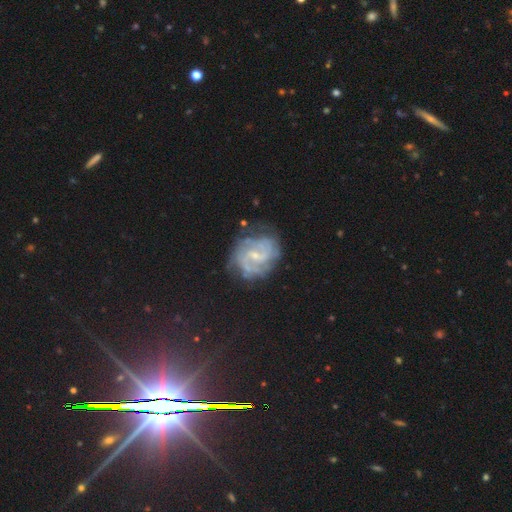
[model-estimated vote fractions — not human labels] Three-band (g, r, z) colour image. It shows a featured or disk galaxy (80%) with a weak bar (55%), 2 (41%) tight (46%) spiral arms (92%) and a small central bulge (66%). Merging: none (66%).